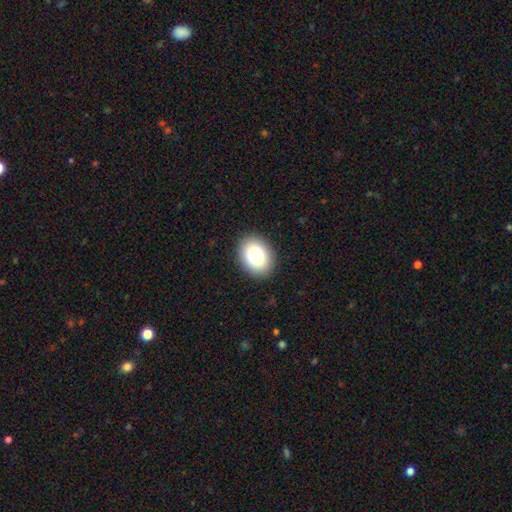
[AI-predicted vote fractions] A smooth galaxy with no disk features (84%) that is in between round and cigar-shaped (73%). Merging: none (90%).